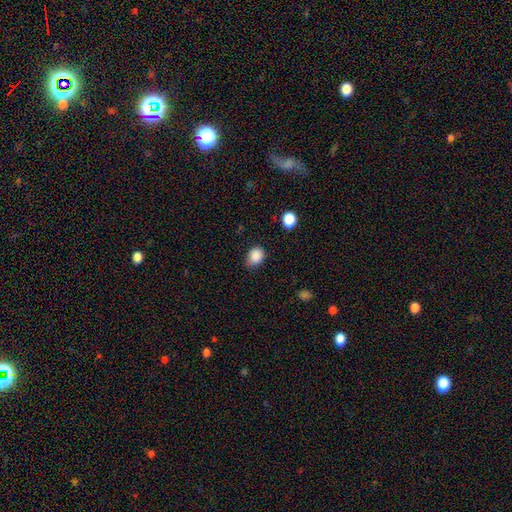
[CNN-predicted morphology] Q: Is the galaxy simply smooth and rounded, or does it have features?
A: smooth — 87%.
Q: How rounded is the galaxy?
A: round — 53%.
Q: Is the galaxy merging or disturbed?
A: none — 70%.